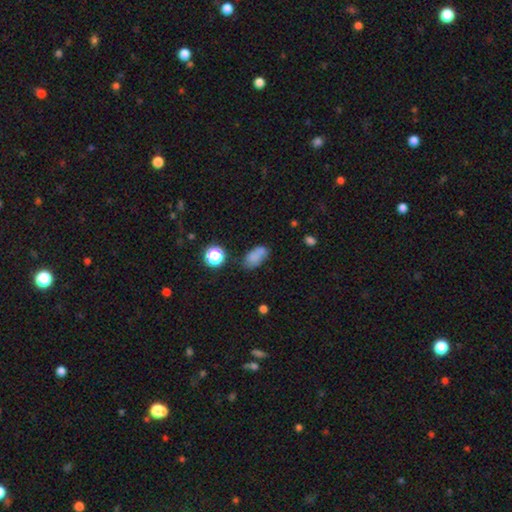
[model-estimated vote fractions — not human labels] The model was most divided on "merging": none: 54%, minor disturbance: 25%, merger: 11%, major disturbance: 10%. More confident: how rounded — in between (85%); smooth or featured — smooth (74%).